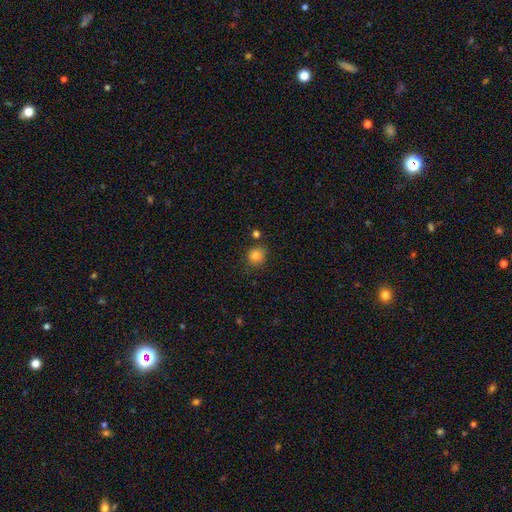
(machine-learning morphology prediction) smooth-or-featured: smooth: 82% | star or artifact: 12% | featured or disk: 6%
  how-rounded: round: 85% | in between: 14% | cigar-shaped: 1%
  merging: none: 80% | minor disturbance: 11% | merger: 5% | major disturbance: 3%